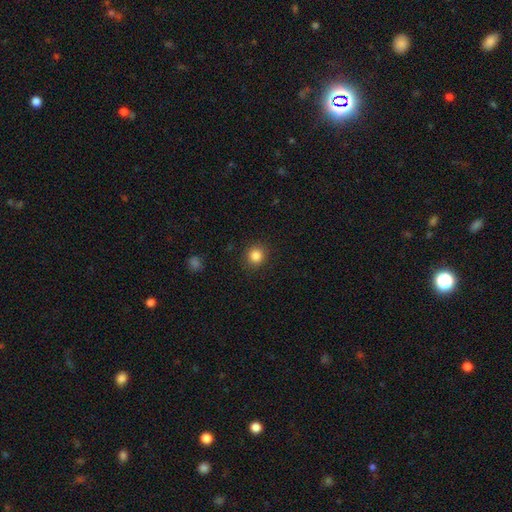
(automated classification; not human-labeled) Smooth or featured? Predicted: smooth (p=0.85). How rounded? Predicted: round (p=0.88). Merging? Predicted: none (p=0.91).